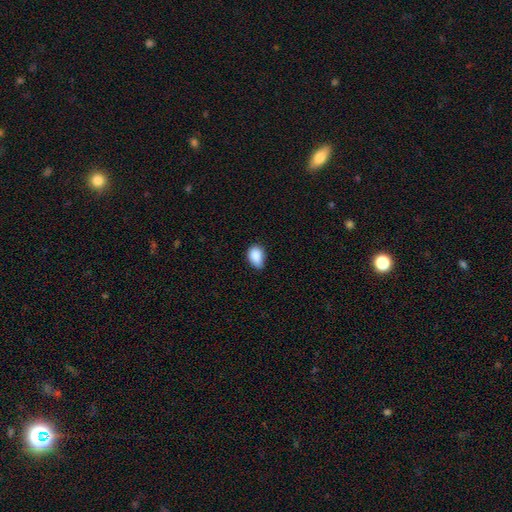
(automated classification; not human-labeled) smooth-or-featured: smooth: 88% | star or artifact: 8% | featured or disk: 4%
  how-rounded: in between: 82% | round: 17% | cigar-shaped: 1%
  merging: none: 61% | minor disturbance: 33% | major disturbance: 4% | merger: 2%